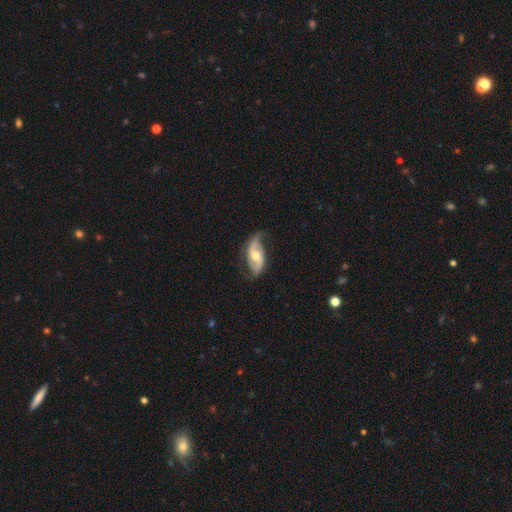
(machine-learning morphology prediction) smooth-or-featured: featured or disk: 81% | smooth: 14% | star or artifact: 5%
  disk-edge-on: no: 95% | yes: 5%
    bar: no: 49% | weak: 36% | strong: 15%
    has-spiral-arms: yes: 93% | no: 7%
      spiral-winding: loose: 58% | medium: 31% | tight: 12%
      spiral-arm-count: 2: 89% | 1: 4% | can't tell: 4% | 3: 1% | 4: 1% | more than 4: 1%
    bulge-size: moderate: 71% | small: 21% | large: 6% | none: 1% | dominant: 1%
  merging: none: 68% | minor disturbance: 21% | major disturbance: 10% | merger: 1%